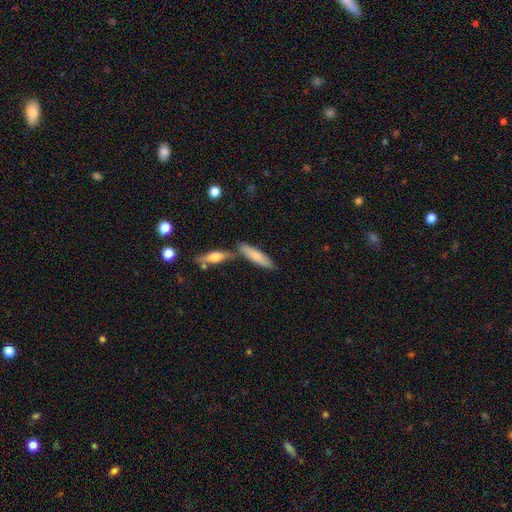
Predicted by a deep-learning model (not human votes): Smooth or featured: smooth — 77% (featured or disk — 17%)
How rounded: cigar-shaped — 69% (in between — 29%)
Merging: none — 62% (merger — 23%)